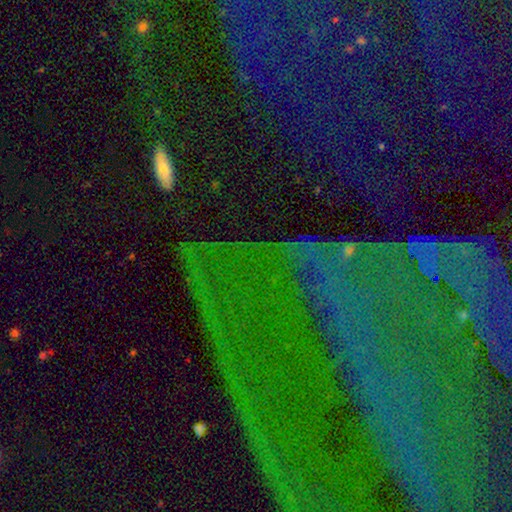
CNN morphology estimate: This appears to be a star or artifact, not a galaxy (68%).